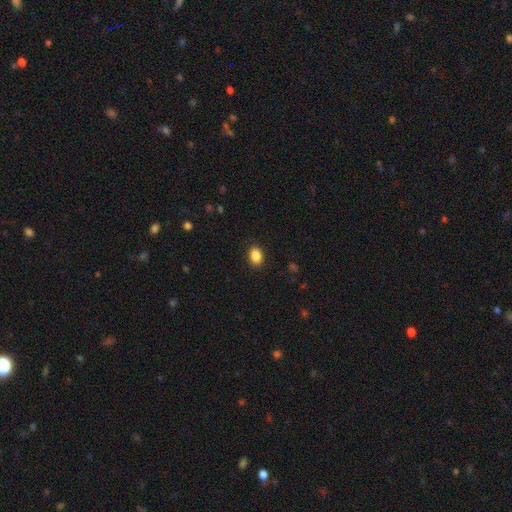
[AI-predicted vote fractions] smooth-or-featured: smooth: 88% | star or artifact: 8% | featured or disk: 4%
  how-rounded: in between: 82% | round: 17% | cigar-shaped: 1%
  merging: none: 88% | minor disturbance: 8% | major disturbance: 2% | merger: 1%